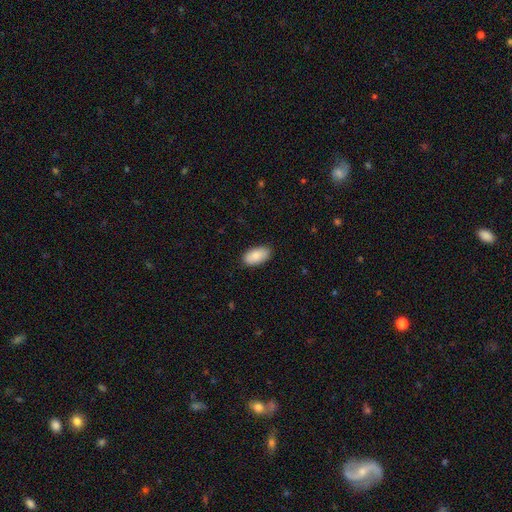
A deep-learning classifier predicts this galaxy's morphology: smooth_or_featured: smooth (p=0.84) [alt: featured or disk p=0.10]
how_rounded: in between (p=0.95) [alt: round p=0.03]
merging: none (p=0.87) [alt: minor disturbance p=0.10]